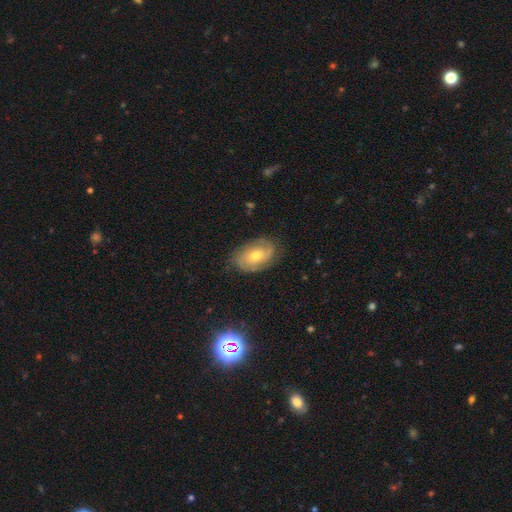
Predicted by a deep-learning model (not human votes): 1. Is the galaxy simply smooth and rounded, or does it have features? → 71% featured or disk, 22% smooth, 7% star or artifact.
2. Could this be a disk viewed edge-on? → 95% no, 5% yes.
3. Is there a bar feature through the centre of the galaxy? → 67% no, 27% weak, 6% strong.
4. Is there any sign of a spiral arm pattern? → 89% yes, 11% no.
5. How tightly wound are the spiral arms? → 53% tight, 34% medium, 13% loose.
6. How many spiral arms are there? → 52% 2, 26% can't tell, 11% 3, 6% 1, 3% 4, 3% more than 4.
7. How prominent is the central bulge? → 61% moderate, 34% small, 3% large, 1% none, 1% dominant.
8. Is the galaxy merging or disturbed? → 77% none, 16% minor disturbance, 5% major disturbance, 1% merger.